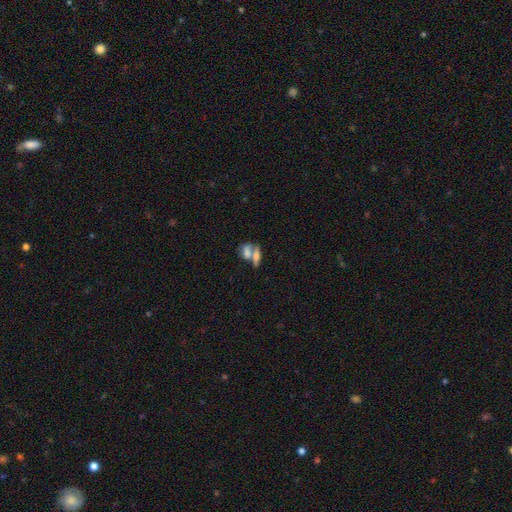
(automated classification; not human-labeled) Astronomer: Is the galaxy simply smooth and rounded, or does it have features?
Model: smooth — 60%.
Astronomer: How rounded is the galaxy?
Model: in between — 69%.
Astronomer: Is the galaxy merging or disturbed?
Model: merger — 58%.